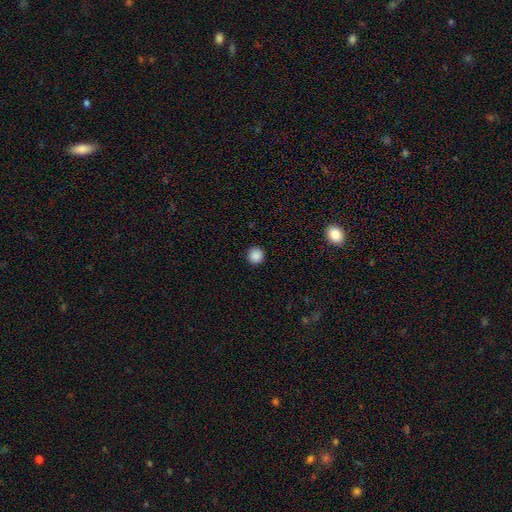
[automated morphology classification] The model was most divided on "smooth or featured": smooth: 87%, star or artifact: 10%, featured or disk: 2%. More confident: how rounded — round (95%); merging — none (93%).